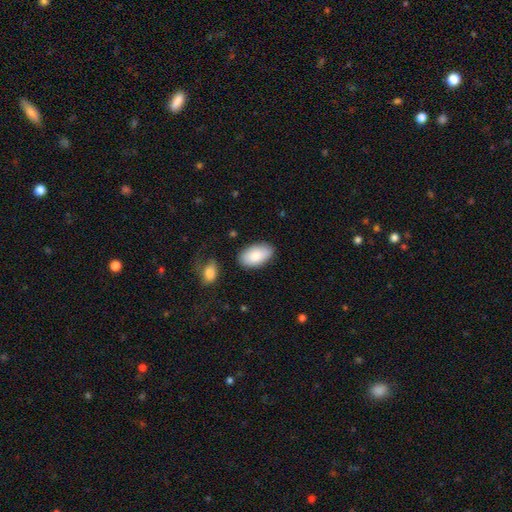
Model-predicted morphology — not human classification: Smooth or featured?
  - smooth: 84% *
  - featured or disk: 10%
  - star or artifact: 6%
How rounded?
  - in between: 95% *
  - round: 4%
  - cigar-shaped: 2%
Merging?
  - none: 82% *
  - minor disturbance: 13%
  - major disturbance: 3%
  - merger: 3%